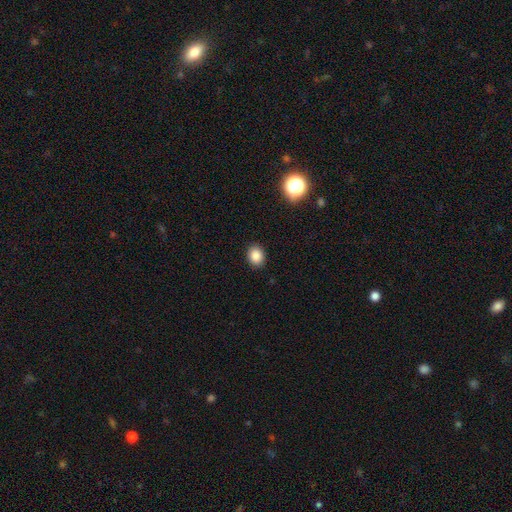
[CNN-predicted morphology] smooth_or_featured: smooth (p=0.86) [alt: star or artifact p=0.10]
how_rounded: in between (p=0.55) [alt: round p=0.45]
merging: none (p=0.90) [alt: minor disturbance p=0.07]